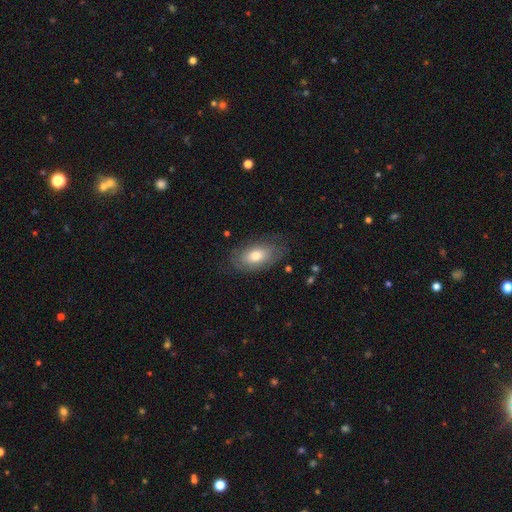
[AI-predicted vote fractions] A smooth galaxy with no disk features (70%) that is in between round and cigar-shaped (92%).

Vote fractions:
- Smooth or featured? smooth: 70% / featured or disk: 23% / star or artifact: 7%
- How rounded? in between: 92% / round: 5% / cigar-shaped: 3%
- Merging? none: 73% / minor disturbance: 19% / major disturbance: 7% / merger: 1%